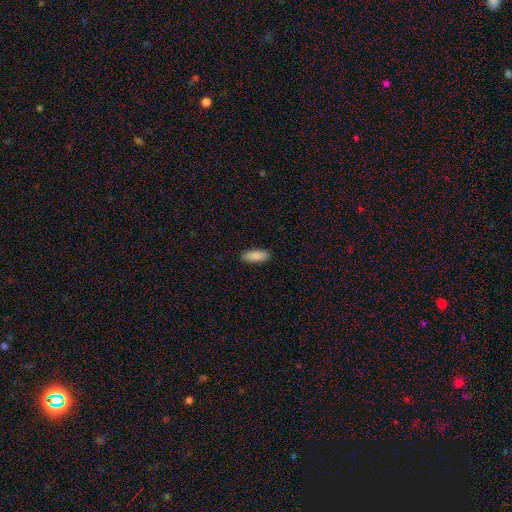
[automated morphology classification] smooth-or-featured: smooth: 88% | featured or disk: 6% | star or artifact: 6%
  how-rounded: in between: 73% | cigar-shaped: 25% | round: 2%
  merging: none: 88% | minor disturbance: 9% | major disturbance: 2% | merger: 1%